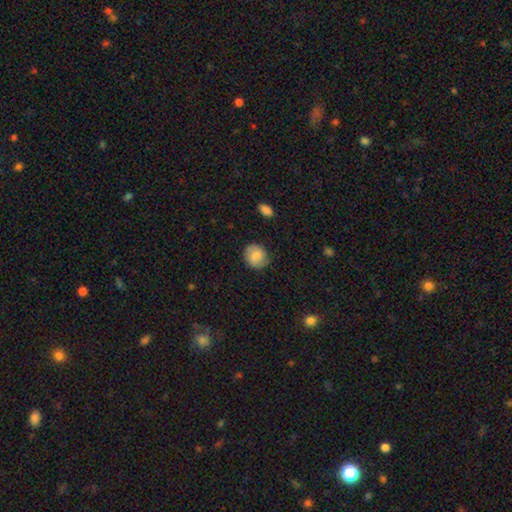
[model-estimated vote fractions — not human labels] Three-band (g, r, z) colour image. It shows a smooth galaxy with no disk features (83%) that is round (77%). Merging: none (83%).